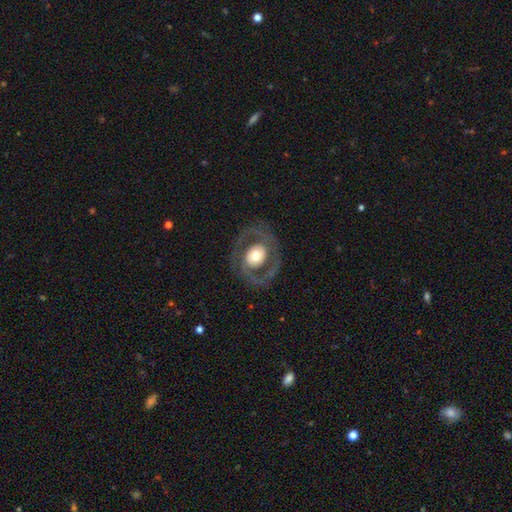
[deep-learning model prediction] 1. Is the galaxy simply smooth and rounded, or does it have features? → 72% featured or disk, 22% smooth, 6% star or artifact.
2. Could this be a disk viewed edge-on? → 96% no, 4% yes.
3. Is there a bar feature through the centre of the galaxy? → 72% no, 19% weak, 9% strong.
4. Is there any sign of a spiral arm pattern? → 60% yes, 40% no.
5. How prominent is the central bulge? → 55% moderate, 32% large, 7% small, 4% dominant, 1% none.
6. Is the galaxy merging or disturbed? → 78% none, 11% minor disturbance, 10% major disturbance, 1% merger.